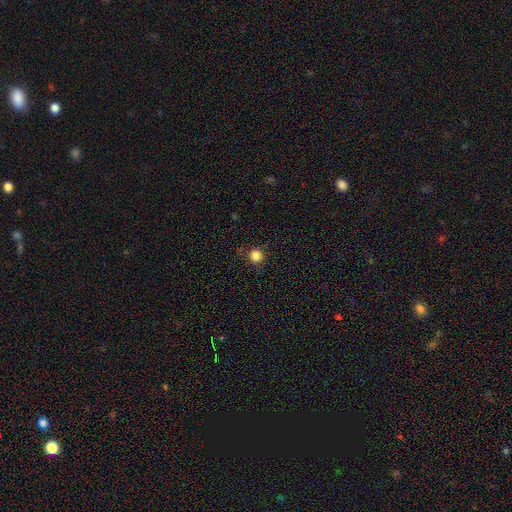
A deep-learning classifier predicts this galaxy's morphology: smooth 83%, star or artifact 13%, featured or disk 4%. Down the decision tree: how rounded — round (93%); merging — none (85%).